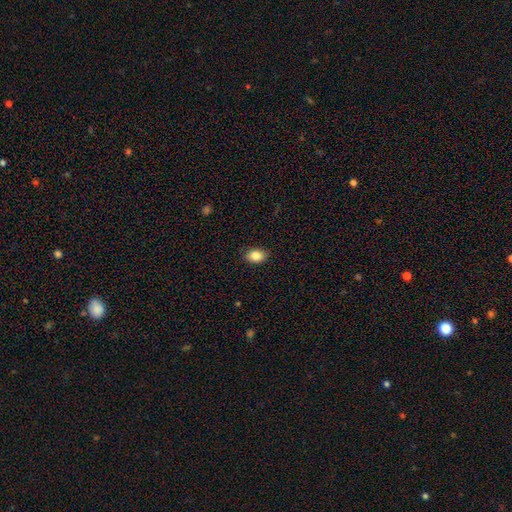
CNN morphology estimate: This appears to be a smooth galaxy with no disk features (86%) that is in between round and cigar-shaped (85%). Merging: none (88%).